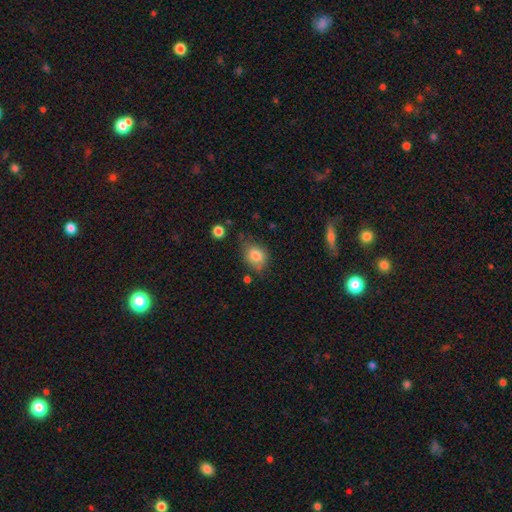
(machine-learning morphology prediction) smooth 80%, featured or disk 11%, star or artifact 9%. Down the decision tree: how rounded — in between (57%); merging — none (61%).